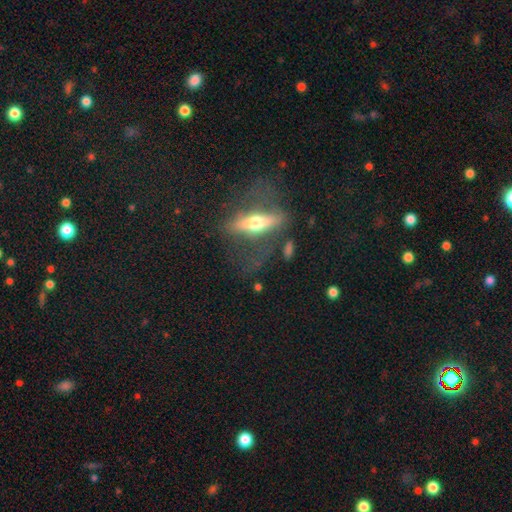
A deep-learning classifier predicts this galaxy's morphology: The model was most divided on "merging": none: 52%, major disturbance: 26%, minor disturbance: 18%, merger: 4%. More confident: edge-on disk — yes (71%); smooth or featured — featured or disk (61%).